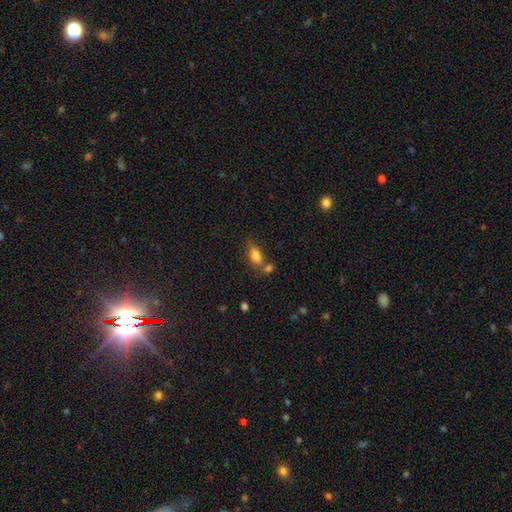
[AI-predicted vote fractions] Smooth or featured? smooth (81%)
How rounded? in between (83%)
Merging? none (55%)